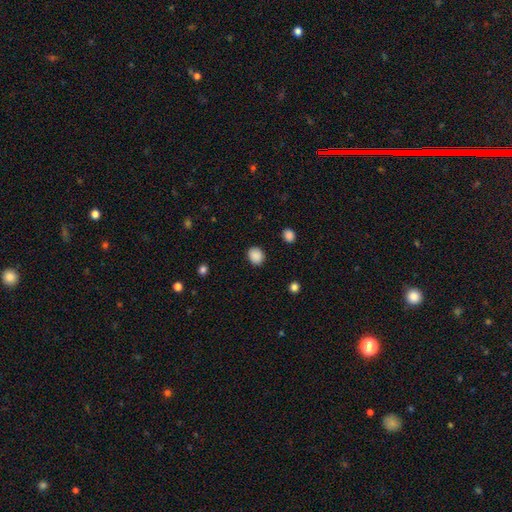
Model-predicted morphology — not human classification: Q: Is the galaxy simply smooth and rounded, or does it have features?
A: smooth — 88%.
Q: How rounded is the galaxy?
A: round — 65%.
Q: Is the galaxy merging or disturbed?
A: none — 88%.